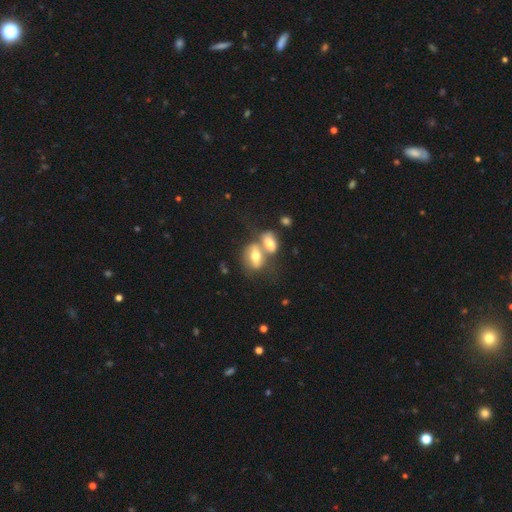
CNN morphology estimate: Smooth or featured? Predicted: smooth (p=0.57). How rounded? Predicted: in between (p=0.84). Merging? Predicted: merger (p=0.62).